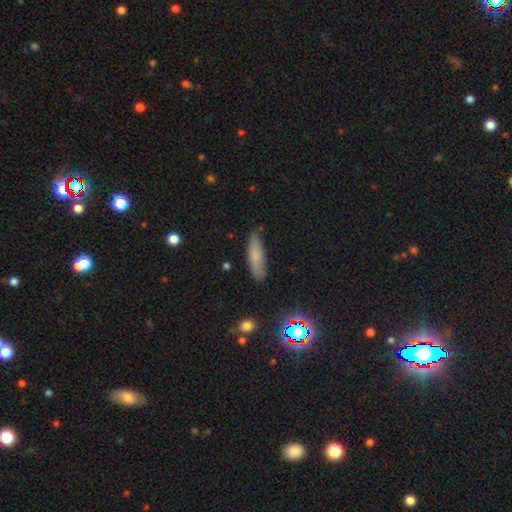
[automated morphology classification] Smooth or featured? Predicted: smooth (p=0.73). How rounded? Predicted: cigar-shaped (p=0.64). Merging? Predicted: none (p=0.82).